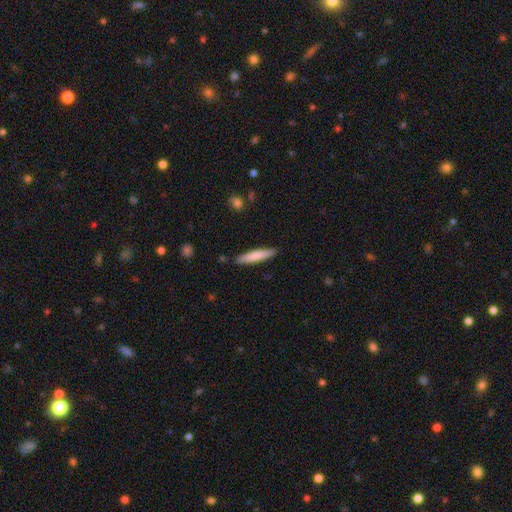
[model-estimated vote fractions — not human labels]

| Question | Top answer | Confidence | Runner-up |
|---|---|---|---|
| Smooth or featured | smooth | 76% | featured or disk (19%) |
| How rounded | cigar-shaped | 90% | in between (9%) |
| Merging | none | 88% | minor disturbance (9%) |